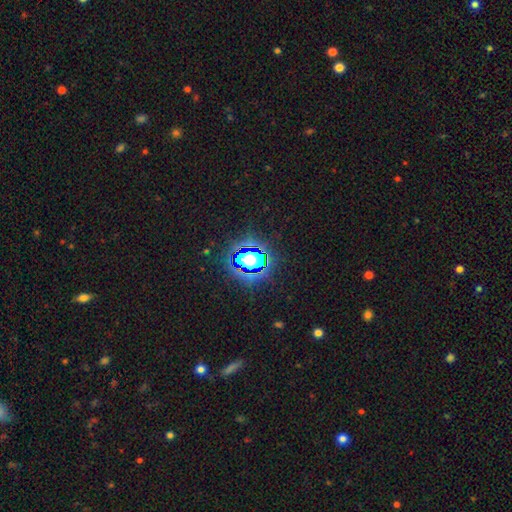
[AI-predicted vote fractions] Smooth or featured: star or artifact — 78% (smooth — 15%)